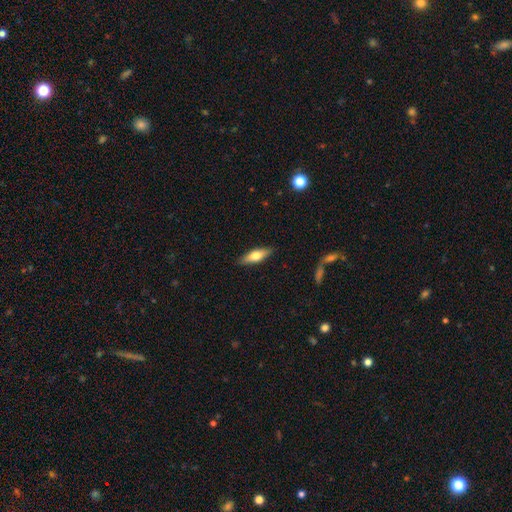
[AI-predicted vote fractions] Overall: smooth (60%; featured or disk 34%). How rounded: in between (50%; cigar-shaped 47%). Merging: none (88%).